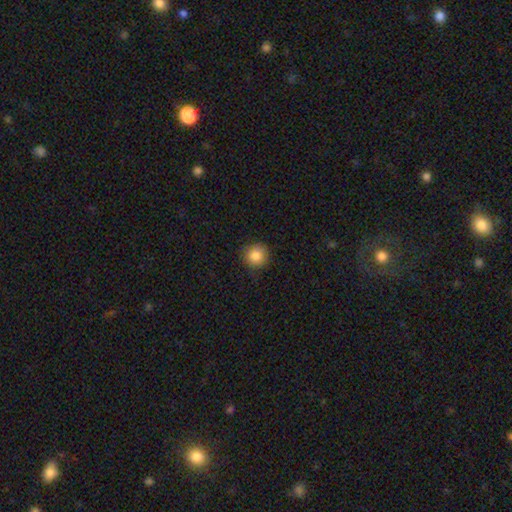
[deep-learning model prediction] This appears to be a smooth galaxy with no disk features (84%) that is round (92%). Merging: none (86%).